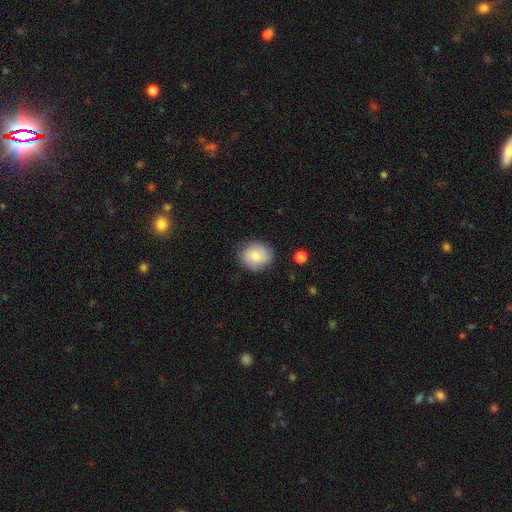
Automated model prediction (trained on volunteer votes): smooth 67%, featured or disk 25%, star or artifact 8%. Down the decision tree: how rounded — round (77%); merging — none (79%).